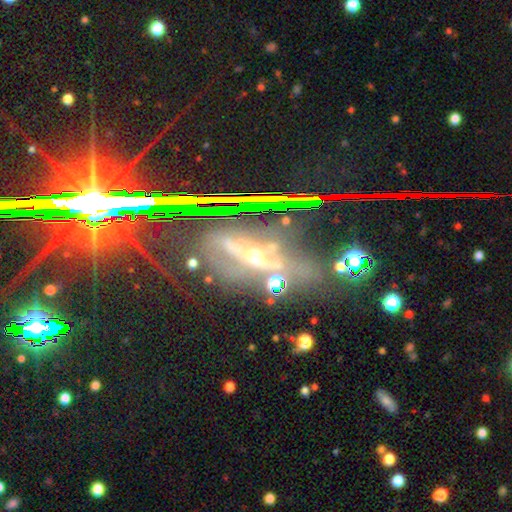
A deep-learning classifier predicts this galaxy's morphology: smooth-or-featured: featured or disk: 57% | star or artifact: 26% | smooth: 17%
  disk-edge-on: no: 63% | yes: 37%
  merging: none: 55% | major disturbance: 19% | minor disturbance: 17% | merger: 9%